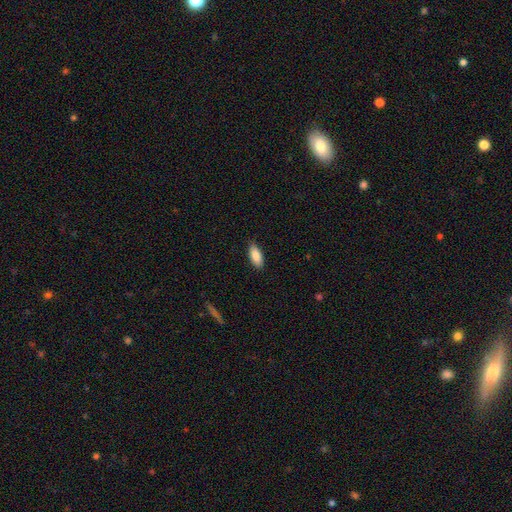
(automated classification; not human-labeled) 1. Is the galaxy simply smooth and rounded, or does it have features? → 87% smooth, 7% featured or disk, 6% star or artifact.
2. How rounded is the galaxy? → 86% in between, 12% cigar-shaped, 2% round.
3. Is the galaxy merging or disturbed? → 86% none, 11% minor disturbance, 2% major disturbance, 1% merger.